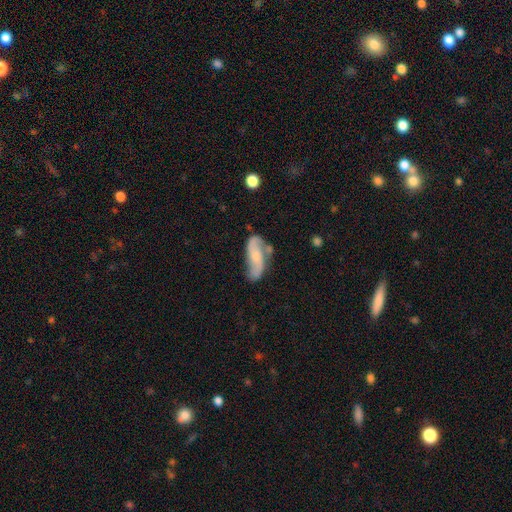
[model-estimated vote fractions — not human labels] Q: Smooth or featured?
A: featured or disk (66%); runner-up: smooth (27%)
Q: Edge-on disk?
A: no (93%); runner-up: yes (7%)
Q: Bar?
A: no (56%); runner-up: weak (32%)
Q: Spiral arms?
A: yes (90%); runner-up: no (10%)
Q: Spiral winding?
A: loose (57%); runner-up: medium (31%)
Q: Spiral arm count?
A: 2 (88%); runner-up: can't tell (6%)
Q: Bulge size?
A: small (45%); runner-up: moderate (30%)
Q: Merging?
A: none (56%); runner-up: minor disturbance (23%)